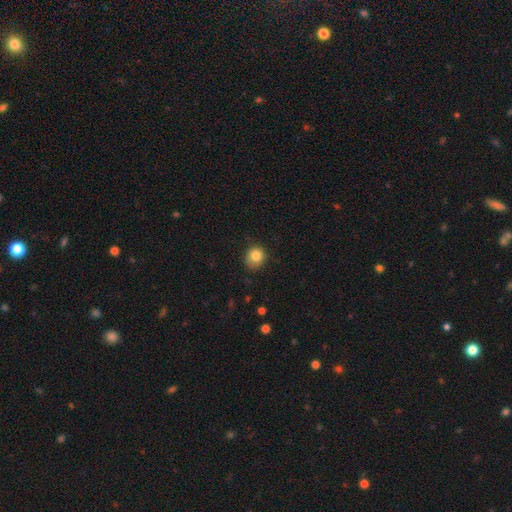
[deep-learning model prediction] Smooth or featured? Predicted: smooth (p=0.83). How rounded? Predicted: round (p=0.81). Merging? Predicted: none (p=0.73).